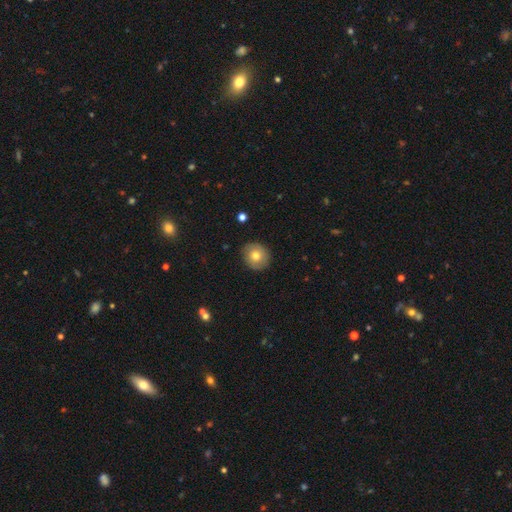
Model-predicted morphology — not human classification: smooth-or-featured: smooth: 75% | featured or disk: 16% | star or artifact: 9%
  how-rounded: round: 87% | in between: 12% | cigar-shaped: 1%
  merging: none: 88% | minor disturbance: 9% | major disturbance: 2% | merger: 1%